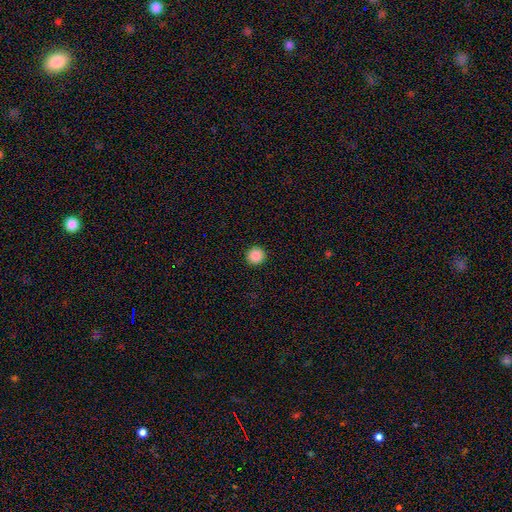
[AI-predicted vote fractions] A smooth galaxy with no disk features (88%) that is round (94%).

Vote fractions:
- Smooth or featured? smooth: 88% / star or artifact: 9% / featured or disk: 3%
- How rounded? round: 94% / in between: 5% / cigar-shaped: 1%
- Merging? none: 94% / minor disturbance: 4% / major disturbance: 2% / merger: 1%